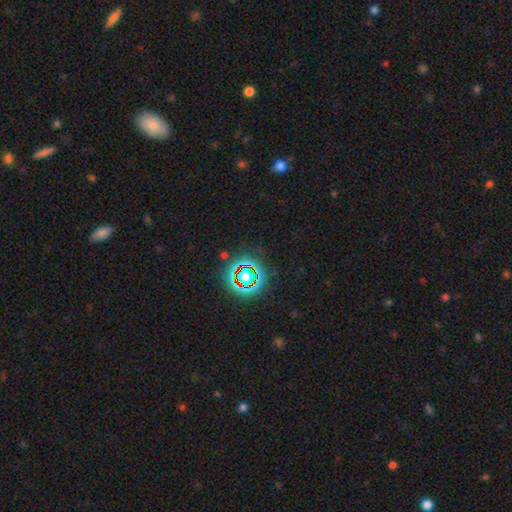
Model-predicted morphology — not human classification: star or artifact 78%, smooth 14%, featured or disk 8%.